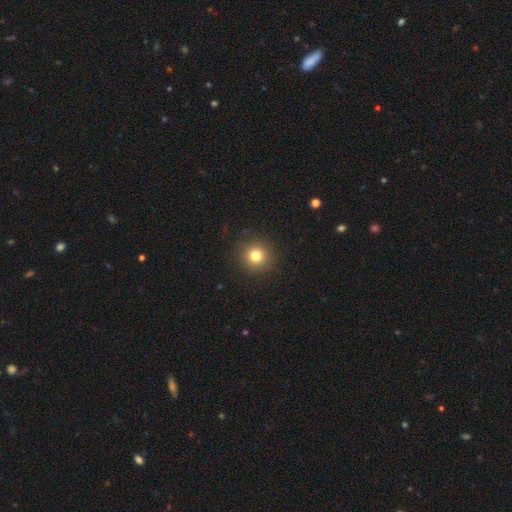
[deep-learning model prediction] Smooth or featured?
  - smooth: 79% *
  - star or artifact: 14%
  - featured or disk: 8%
How rounded?
  - round: 94% *
  - in between: 5%
  - cigar-shaped: 1%
Merging?
  - none: 91% *
  - minor disturbance: 5%
  - major disturbance: 2%
  - merger: 1%